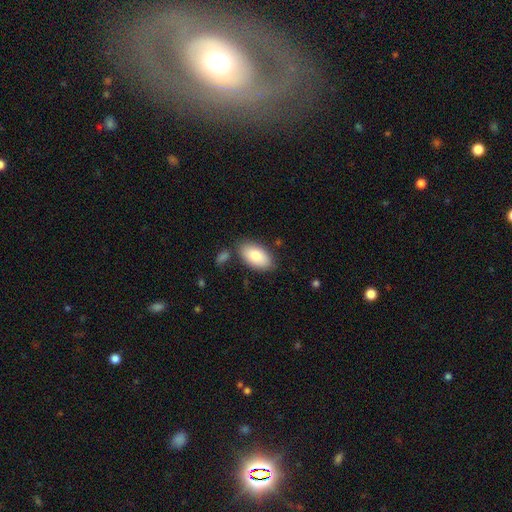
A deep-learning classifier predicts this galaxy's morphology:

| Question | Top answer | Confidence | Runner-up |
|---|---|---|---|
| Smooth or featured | smooth | 83% | featured or disk (12%) |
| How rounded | in between | 95% | round (3%) |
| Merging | none | 78% | minor disturbance (13%) |